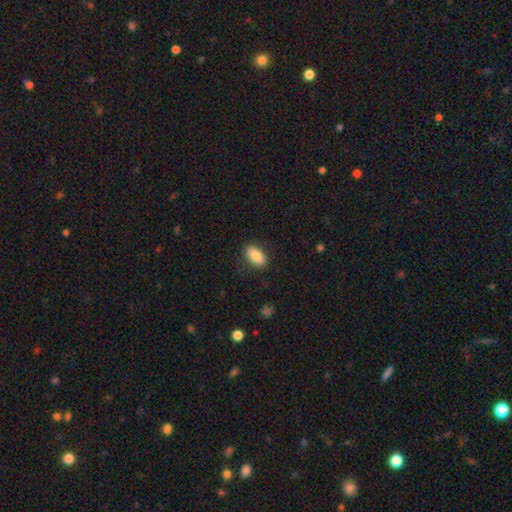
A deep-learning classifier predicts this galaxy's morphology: This is clearly a smooth galaxy (83%). How rounded: clearly in between (91%). Merging: clearly none (82%).